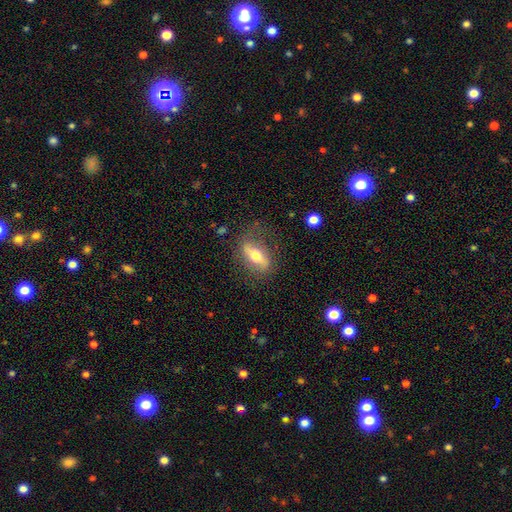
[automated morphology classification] A featured or disk galaxy (51%). Merging: none (66%).